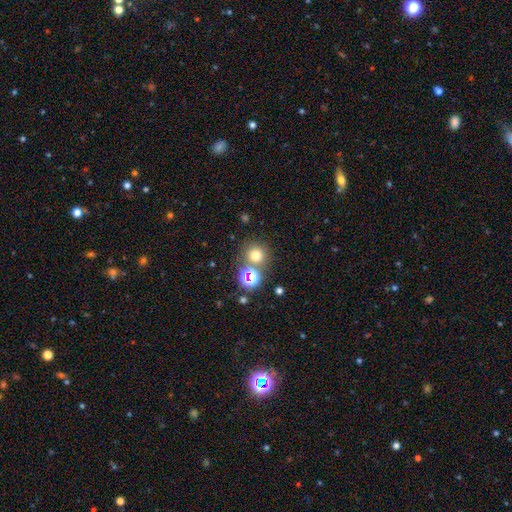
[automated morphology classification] Smooth or featured? Predicted: smooth (p=0.70). How rounded? Predicted: round (p=0.91). Merging? Predicted: none (p=0.71).